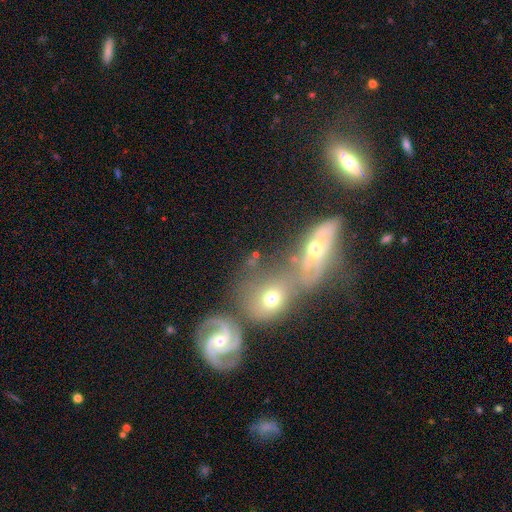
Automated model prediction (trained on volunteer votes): Smooth or featured? Predicted: featured or disk (p=0.59). Edge-on disk? Predicted: no (p=0.92). Bar? Predicted: no (p=0.51). Spiral arms? Predicted: yes (p=0.83). Bulge size? Predicted: moderate (p=0.55). Merging? Predicted: merger (p=0.49).